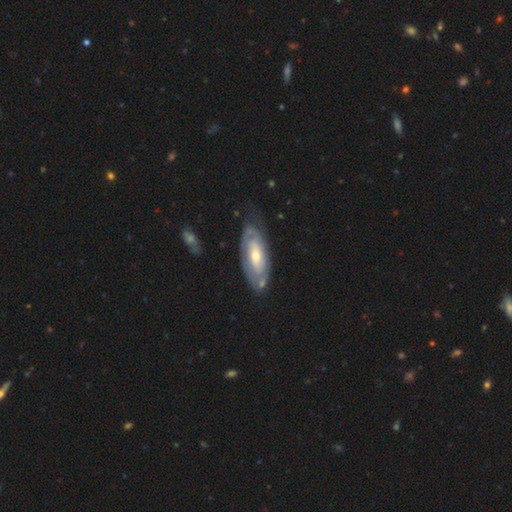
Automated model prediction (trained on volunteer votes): Morphology: type=featured or disk (76%); edge-on=no (89%); bar=no (61%); spiral arms=yes (80%); winding=tight (70%); arm count=can't tell (48%); bulge=moderate (48%); merging=none (70%).